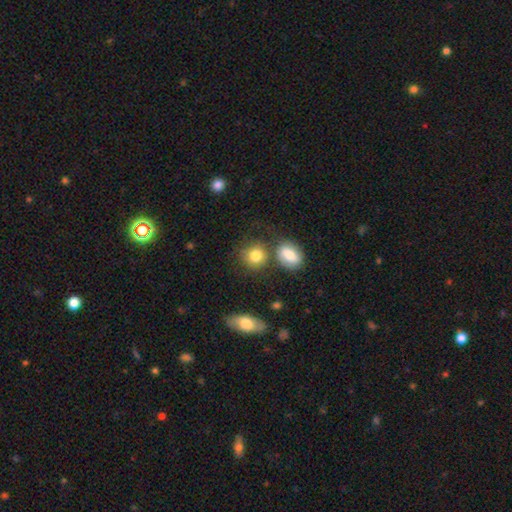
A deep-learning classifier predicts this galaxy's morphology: smooth_or_featured: smooth (p=0.82) [alt: featured or disk p=0.09]
how_rounded: round (p=0.78) [alt: in between p=0.21]
merging: none (p=0.62) [alt: merger p=0.20]